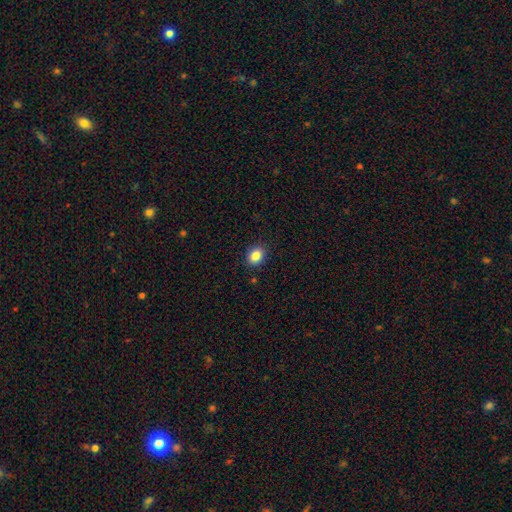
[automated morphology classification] smooth_or_featured: smooth (p=0.85) [alt: star or artifact p=0.10]
how_rounded: in between (p=0.54) [alt: round p=0.45]
merging: none (p=0.90) [alt: minor disturbance p=0.07]